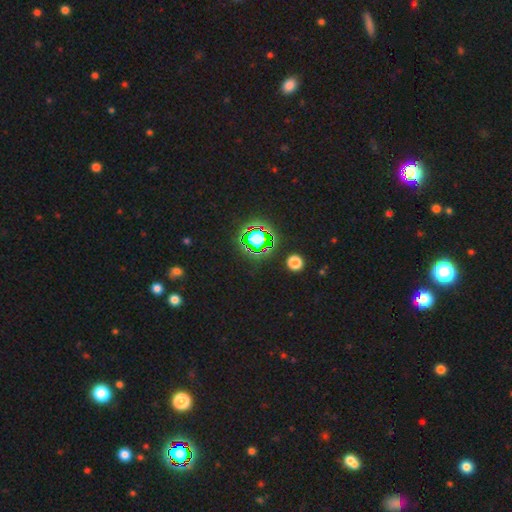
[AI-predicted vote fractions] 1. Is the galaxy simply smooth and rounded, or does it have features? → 79% star or artifact, 14% smooth, 7% featured or disk.